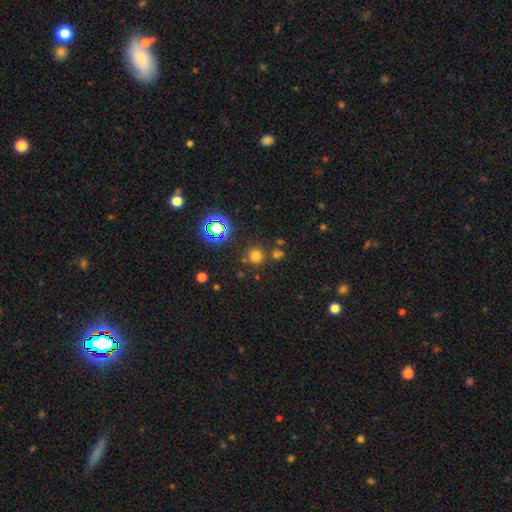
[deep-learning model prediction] Smooth or featured?
  - smooth: 68% *
  - star or artifact: 25%
  - featured or disk: 6%
How rounded?
  - round: 91% *
  - in between: 8%
  - cigar-shaped: 1%
Merging?
  - none: 78% *
  - merger: 9%
  - minor disturbance: 9%
  - major disturbance: 4%